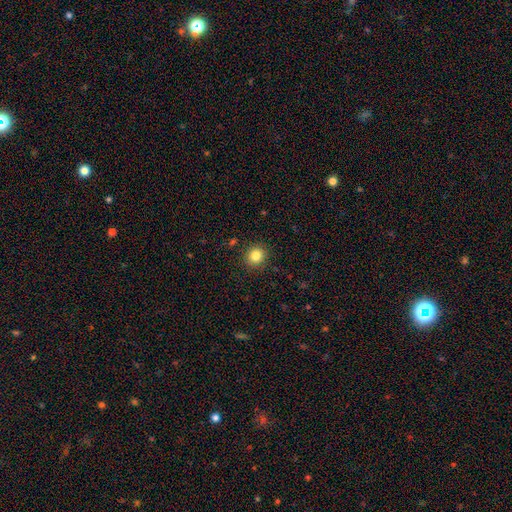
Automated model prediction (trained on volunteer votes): smooth 83%, star or artifact 11%, featured or disk 6%. Down the decision tree: how rounded — round (86%); merging — none (90%).